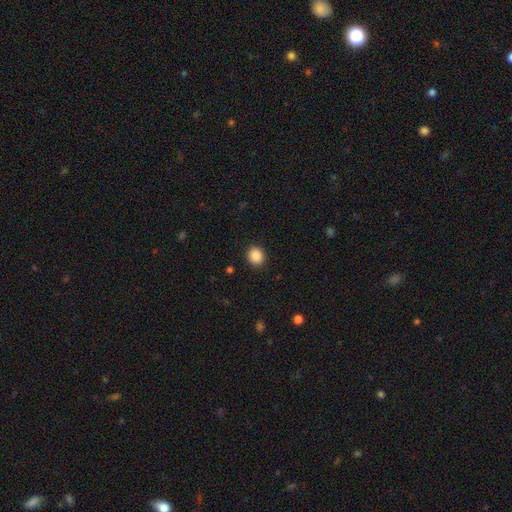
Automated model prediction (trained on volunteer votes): Q: Smooth or featured?
A: smooth (89%); runner-up: star or artifact (9%)
Q: How rounded?
A: round (83%); runner-up: in between (16%)
Q: Merging?
A: none (91%); runner-up: minor disturbance (6%)